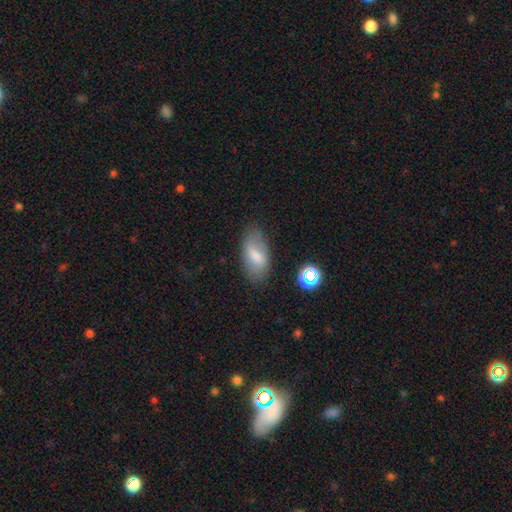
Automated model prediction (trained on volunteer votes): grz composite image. It shows a smooth galaxy with no disk features (66%) that is in between round and cigar-shaped (90%). Merging: none (74%).